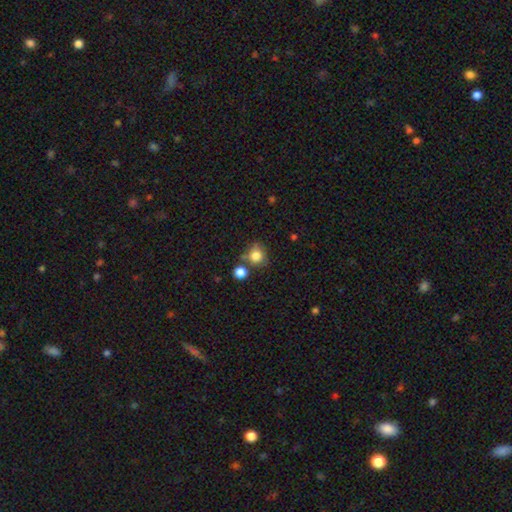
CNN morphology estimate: A smooth galaxy with no disk features (82%) that is round (81%).

Vote fractions:
- Smooth or featured? smooth: 82% / star or artifact: 11% / featured or disk: 7%
- How rounded? round: 81% / in between: 18% / cigar-shaped: 1%
- Merging? none: 62% / merger: 17% / minor disturbance: 15% / major disturbance: 5%